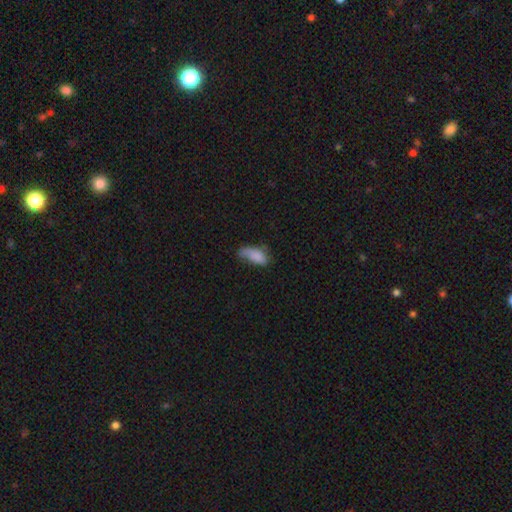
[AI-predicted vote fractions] A smooth galaxy with no disk features (79%) that is in between round and cigar-shaped (86%).

Vote fractions:
- Smooth or featured? smooth: 79% / featured or disk: 12% / star or artifact: 8%
- How rounded? in between: 86% / cigar-shaped: 11% / round: 3%
- Merging? none: 37% / minor disturbance: 36% / major disturbance: 22% / merger: 5%